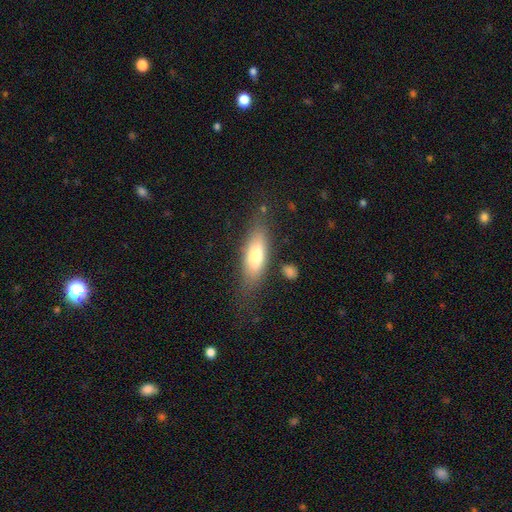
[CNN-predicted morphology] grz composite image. It shows a smooth galaxy with no disk features (67%) that is in between round and cigar-shaped (57%). Merging: none (71%).